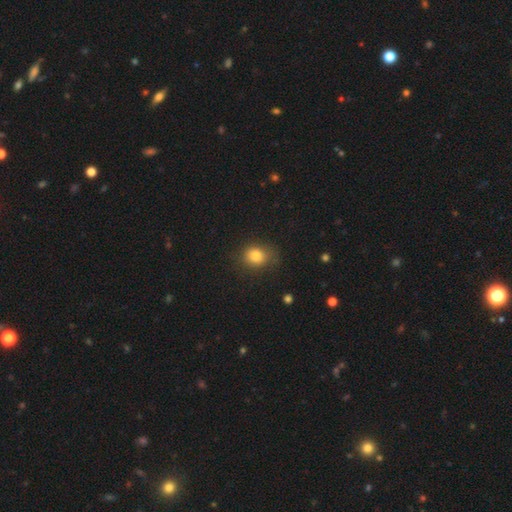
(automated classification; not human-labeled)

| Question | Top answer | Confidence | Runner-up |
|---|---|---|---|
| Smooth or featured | smooth | 81% | star or artifact (12%) |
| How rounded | round | 56% | in between (43%) |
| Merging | none | 74% | minor disturbance (19%) |